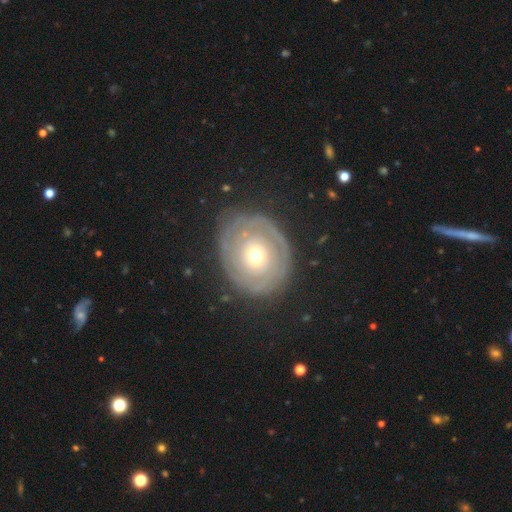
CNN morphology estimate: Smooth or featured? Predicted: featured or disk (p=0.72). Edge-on disk? Predicted: no (p=0.96). Bar? Predicted: no (p=0.86). Spiral arms? Predicted: yes (p=0.72). Bulge size? Predicted: moderate (p=0.70). Merging? Predicted: none (p=0.77).